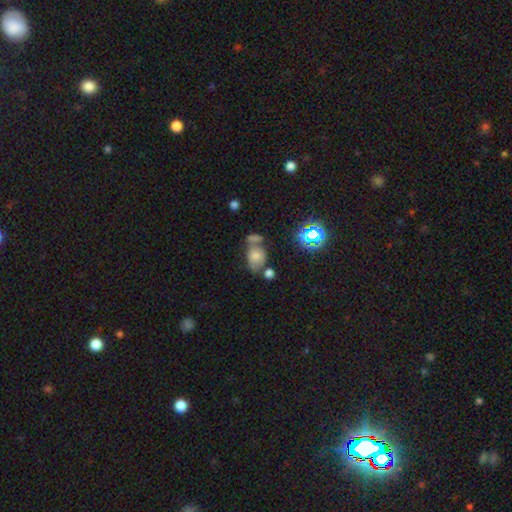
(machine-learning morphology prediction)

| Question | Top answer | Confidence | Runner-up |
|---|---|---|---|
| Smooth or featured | smooth | 62% | featured or disk (19%) |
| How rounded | in between | 74% | round (25%) |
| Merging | none | 38% | merger (34%) |